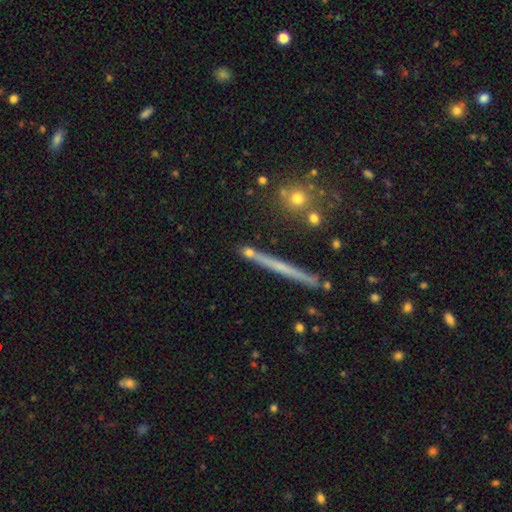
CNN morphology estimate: smooth-or-featured: smooth: 47% | featured or disk: 42% | star or artifact: 11%
  merging: none: 81% | minor disturbance: 10% | merger: 5% | major disturbance: 3%